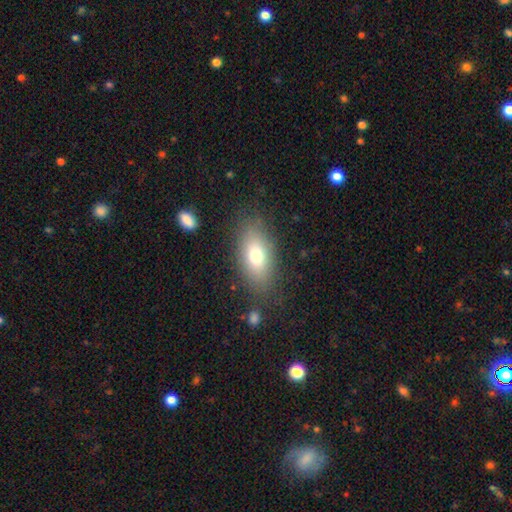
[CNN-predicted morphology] Q: Smooth or featured?
A: smooth (75%); runner-up: featured or disk (17%)
Q: How rounded?
A: in between (87%); runner-up: cigar-shaped (7%)
Q: Merging?
A: none (80%); runner-up: minor disturbance (13%)